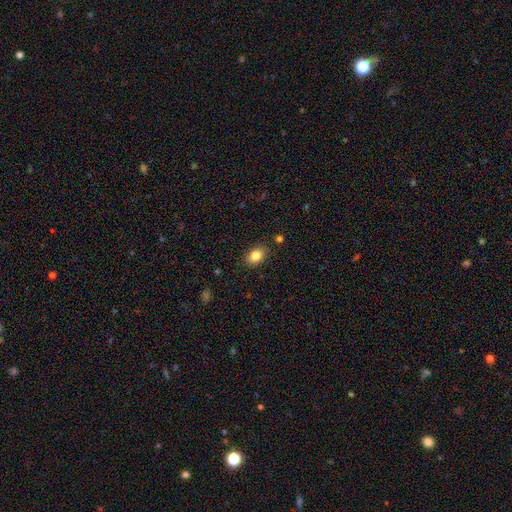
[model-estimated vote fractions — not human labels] Q: Smooth or featured?
A: smooth (84%); runner-up: star or artifact (9%)
Q: How rounded?
A: in between (73%); runner-up: round (25%)
Q: Merging?
A: none (86%); runner-up: minor disturbance (10%)